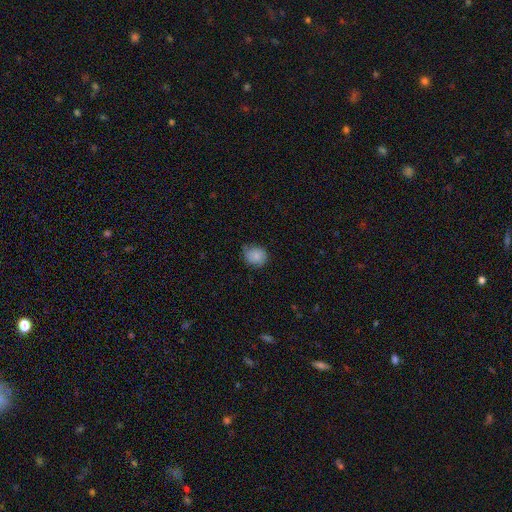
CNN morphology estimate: A smooth galaxy with no disk features (84%) that is round (69%).

Vote fractions:
- Smooth or featured? smooth: 84% / star or artifact: 8% / featured or disk: 8%
- How rounded? round: 69% / in between: 31% / cigar-shaped: 1%
- Merging? none: 66% / minor disturbance: 27% / major disturbance: 5% / merger: 2%